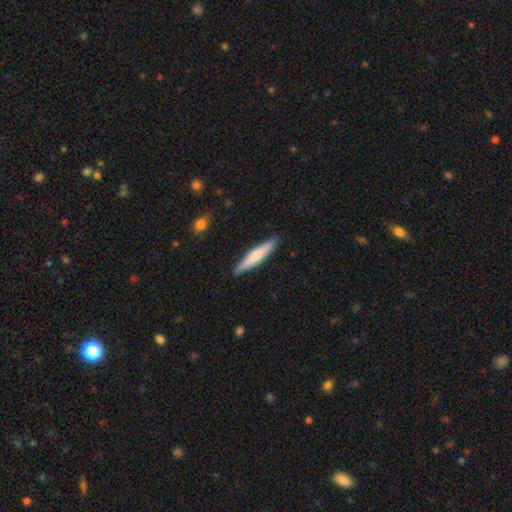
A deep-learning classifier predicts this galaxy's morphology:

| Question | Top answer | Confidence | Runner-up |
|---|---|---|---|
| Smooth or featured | smooth | 66% | featured or disk (29%) |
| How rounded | cigar-shaped | 90% | in between (8%) |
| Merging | none | 89% | minor disturbance (8%) |